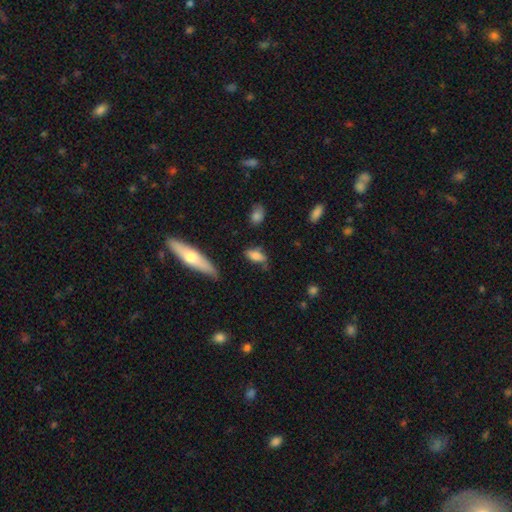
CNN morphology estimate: smooth-or-featured: smooth: 70% | featured or disk: 22% | star or artifact: 8%
  how-rounded: in between: 77% | cigar-shaped: 18% | round: 5%
  merging: none: 62% | minor disturbance: 26% | major disturbance: 7% | merger: 5%